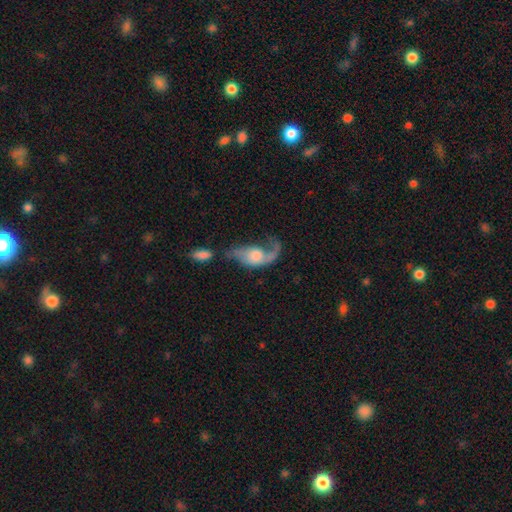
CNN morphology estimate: This appears to be a featured or disk galaxy (69%) with no bar (72%), 1 (59%) loose (78%) spiral arms (85%) and a moderate central bulge (38%). Merging: major disturbance (38%).